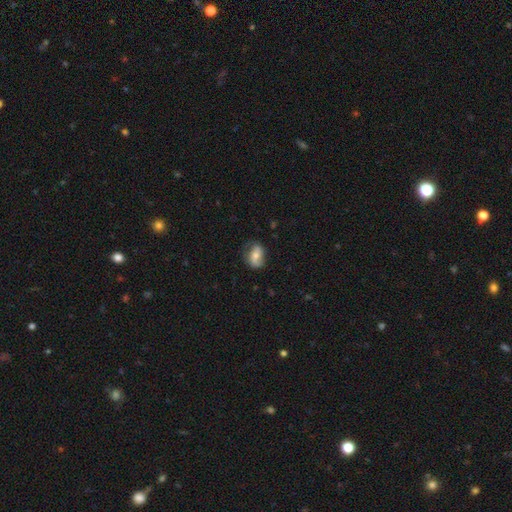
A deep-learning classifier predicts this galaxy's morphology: This is possibly a smooth galaxy (52%). How rounded: likely in between (78%). Merging: likely none (64%).